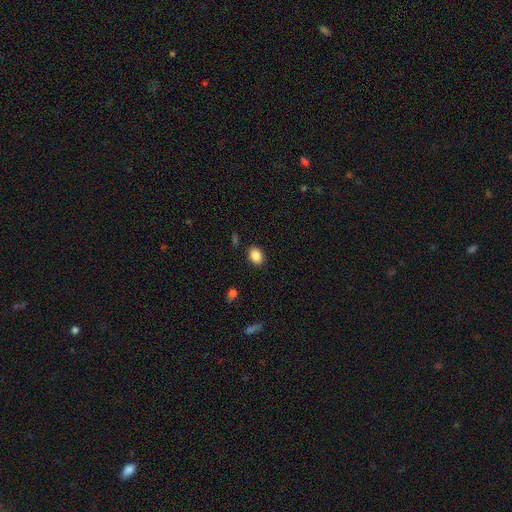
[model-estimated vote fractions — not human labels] Smooth or featured: smooth — 86% (star or artifact — 9%)
How rounded: in between — 67% (round — 32%)
Merging: none — 88% (minor disturbance — 8%)